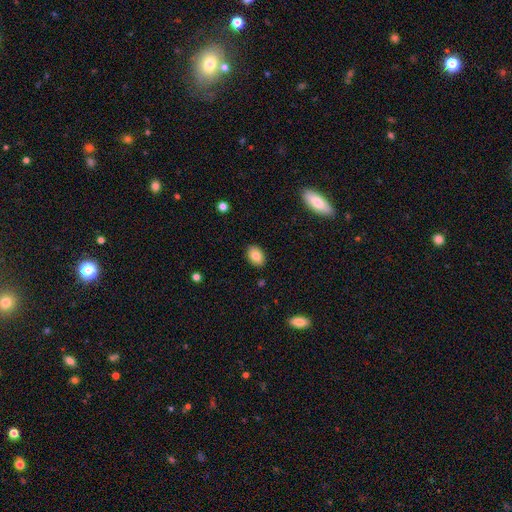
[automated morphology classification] Overall: smooth (84%). How rounded: in between (82%). Merging: none (89%).